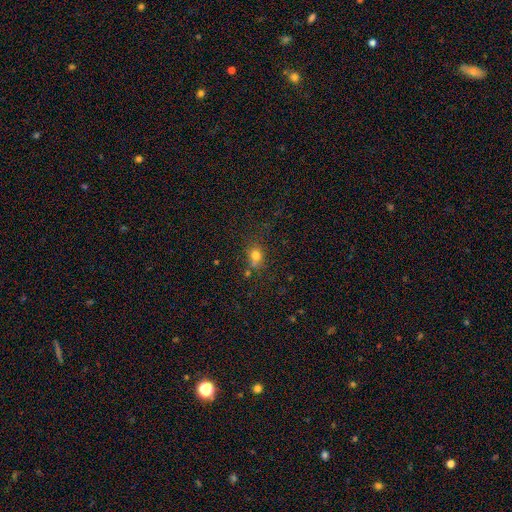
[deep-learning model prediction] smooth-or-featured: smooth: 74% | star or artifact: 16% | featured or disk: 9%
  how-rounded: round: 64% | in between: 34% | cigar-shaped: 1%
  merging: none: 57% | merger: 21% | minor disturbance: 16% | major disturbance: 6%